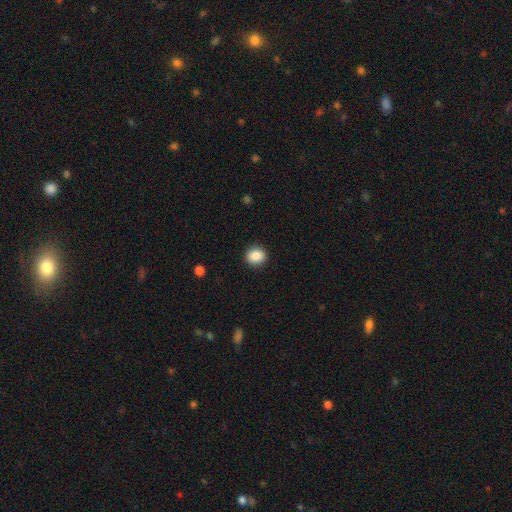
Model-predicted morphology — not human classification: This appears to be a smooth galaxy with no disk features (88%) that is round (78%). Merging: none (90%).